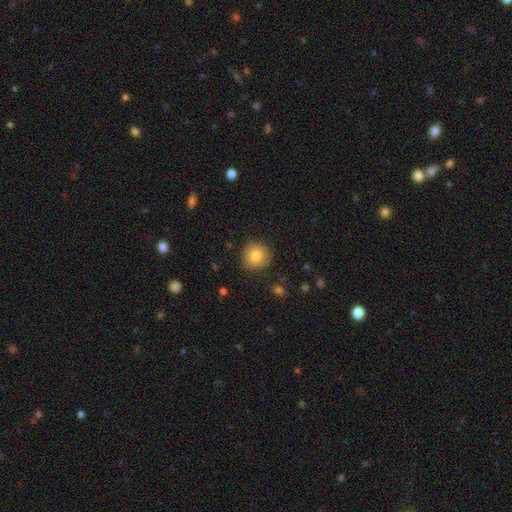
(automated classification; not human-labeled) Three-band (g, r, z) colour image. It shows a smooth galaxy with no disk features (80%) that is round (94%). Merging: none (89%).